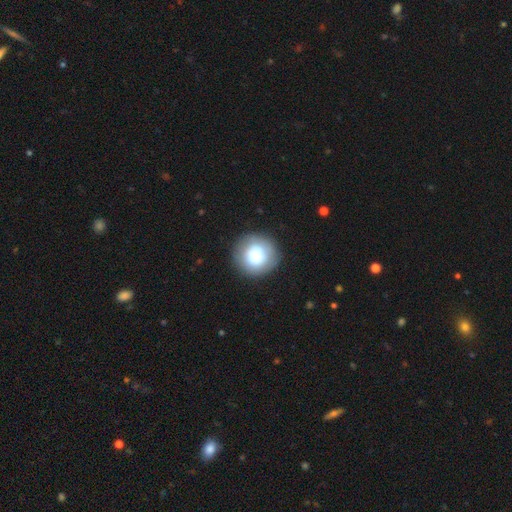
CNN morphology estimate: A smooth galaxy with no disk features (78%) that is round (94%).

Vote fractions:
- Smooth or featured? smooth: 78% / featured or disk: 14% / star or artifact: 8%
- How rounded? round: 94% / in between: 5% / cigar-shaped: 1%
- Merging? none: 87% / minor disturbance: 9% / major disturbance: 3% / merger: 1%